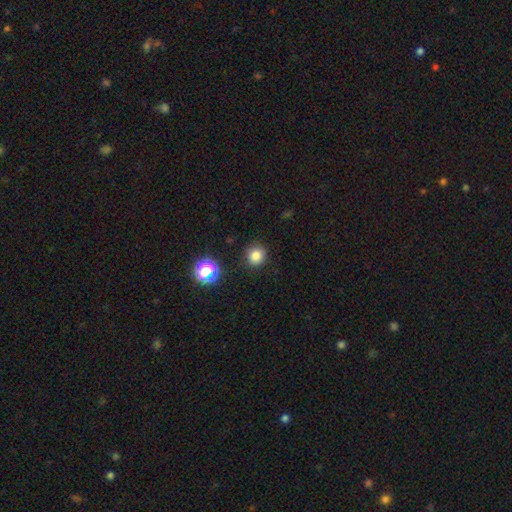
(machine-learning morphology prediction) Smooth or featured: smooth — 80% (star or artifact — 15%)
How rounded: round — 92% (in between — 7%)
Merging: none — 88% (minor disturbance — 7%)